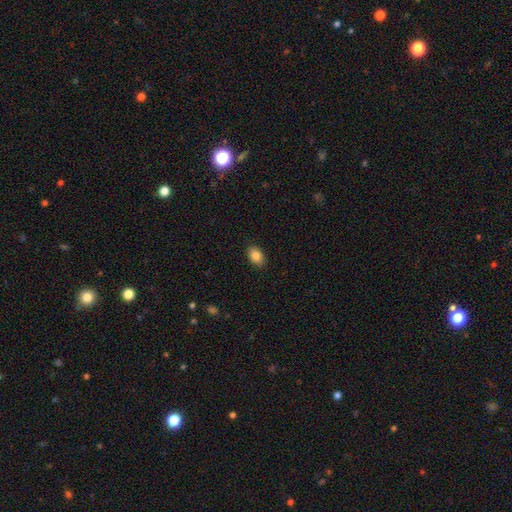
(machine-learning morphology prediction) Overall: smooth (85%). How rounded: in between (88%). Merging: none (89%).